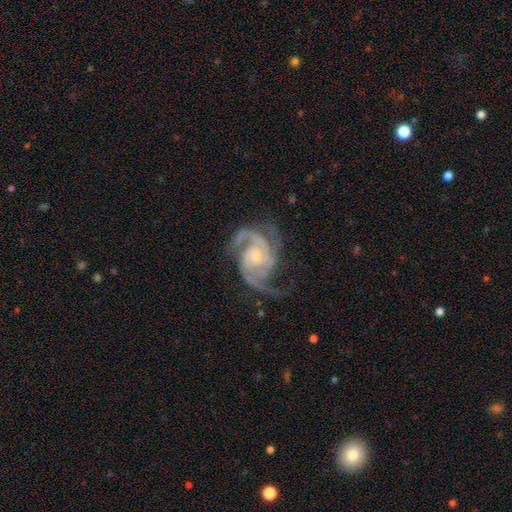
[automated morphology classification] A featured or disk galaxy (93%) with no bar (64%), 2 (51%) medium (48%) spiral arms (99%) and a small central bulge (57%).

Vote fractions:
- Smooth or featured? featured or disk: 93% / star or artifact: 4% / smooth: 3%
- Edge-on disk? no: 98% / yes: 2%
- Bar? no: 64% / weak: 28% / strong: 8%
- Spiral arms? yes: 99% / no: 1%
- Spiral winding? medium: 48% / tight: 45% / loose: 8%
- Spiral arm count? 2: 51% / 3: 34% / can't tell: 5% / 4: 4% / 1: 3% / more than 4: 3%
- Bulge size? small: 57% / moderate: 38% / none: 2% / large: 2% / dominant: 1%
- Merging? none: 65% / minor disturbance: 21% / major disturbance: 13% / merger: 2%